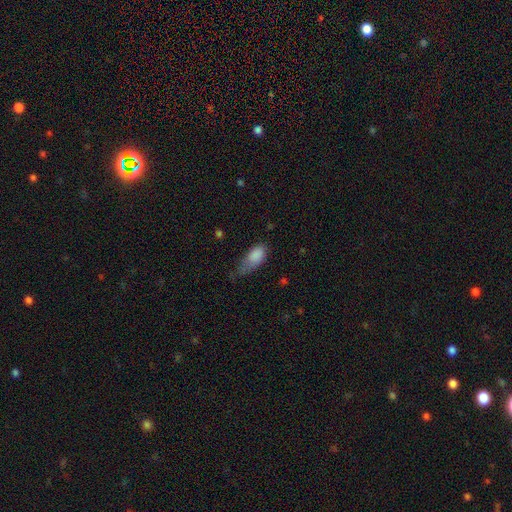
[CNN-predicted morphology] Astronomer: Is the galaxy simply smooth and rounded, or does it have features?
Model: smooth — 84%.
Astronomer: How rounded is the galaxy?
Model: in between — 88%.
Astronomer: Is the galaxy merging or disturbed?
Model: minor disturbance — 44% (runner-up: none, 29%).